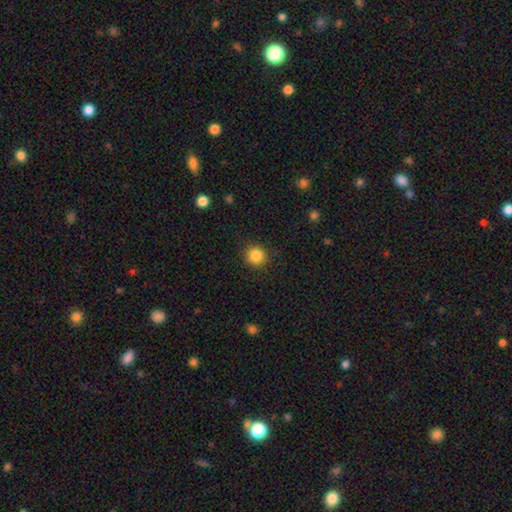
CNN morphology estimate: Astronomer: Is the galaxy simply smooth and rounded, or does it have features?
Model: smooth — 86%.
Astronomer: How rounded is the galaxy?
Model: round — 93%.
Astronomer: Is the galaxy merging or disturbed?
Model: none — 90%.